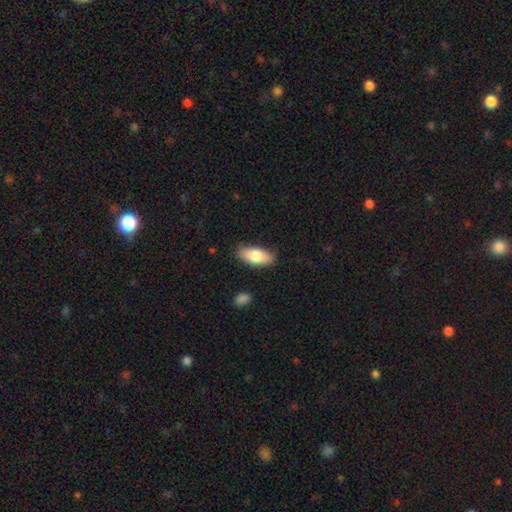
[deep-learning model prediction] This appears to be a smooth galaxy with no disk features (79%) that is in between round and cigar-shaped (86%). Merging: none (84%).